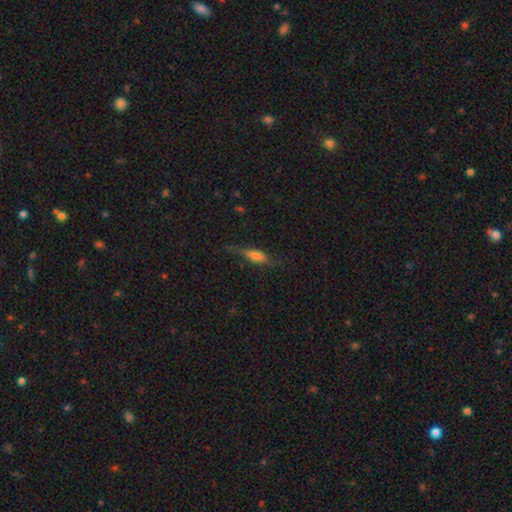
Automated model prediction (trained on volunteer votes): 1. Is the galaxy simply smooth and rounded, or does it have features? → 48% featured or disk, 42% smooth, 11% star or artifact.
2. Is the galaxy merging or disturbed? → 71% none, 20% minor disturbance, 7% major disturbance, 2% merger.